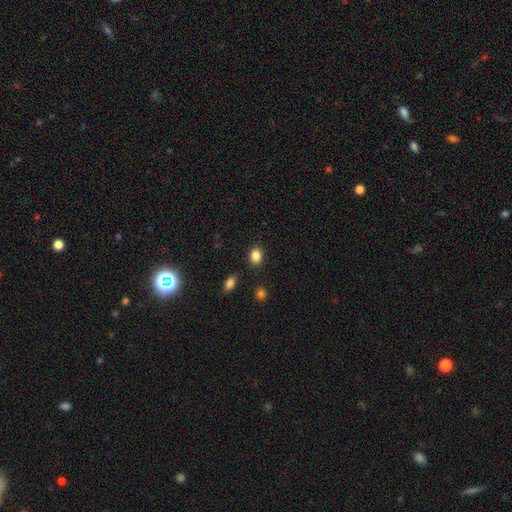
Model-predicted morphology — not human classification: The model was most divided on "how rounded": in between: 66%, round: 33%, cigar-shaped: 1%. More confident: merging — none (86%); smooth or featured — smooth (86%).